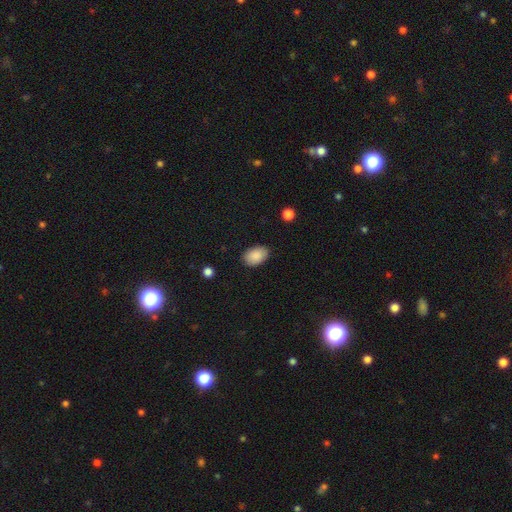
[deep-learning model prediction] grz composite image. It shows a smooth galaxy with no disk features (89%) that is in between round and cigar-shaped (89%). Merging: none (86%).